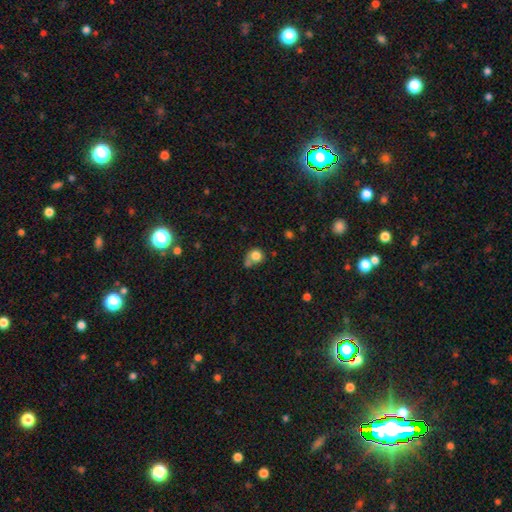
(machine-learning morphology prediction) smooth-or-featured: smooth: 80% | star or artifact: 11% | featured or disk: 9%
  how-rounded: round: 77% | in between: 22% | cigar-shaped: 1%
  merging: none: 43% | merger: 26% | minor disturbance: 20% | major disturbance: 10%